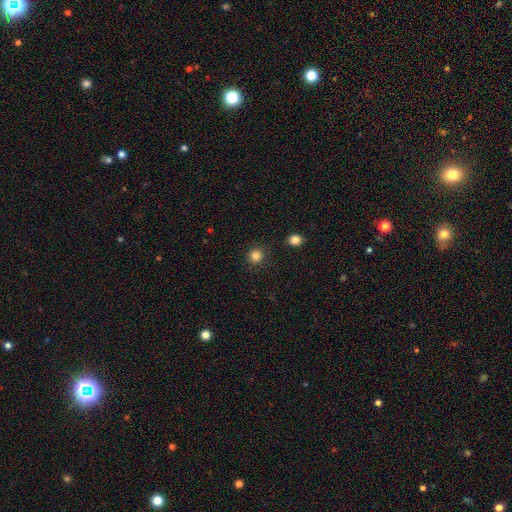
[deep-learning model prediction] Morphology: type=smooth (84%); roundness=round (92%); merging=none (90%).